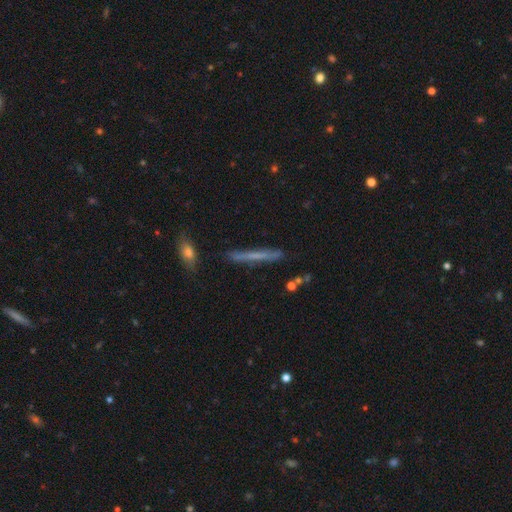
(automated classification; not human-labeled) Smooth or featured? Predicted: smooth (p=0.49). Merging? Predicted: none (p=0.84).